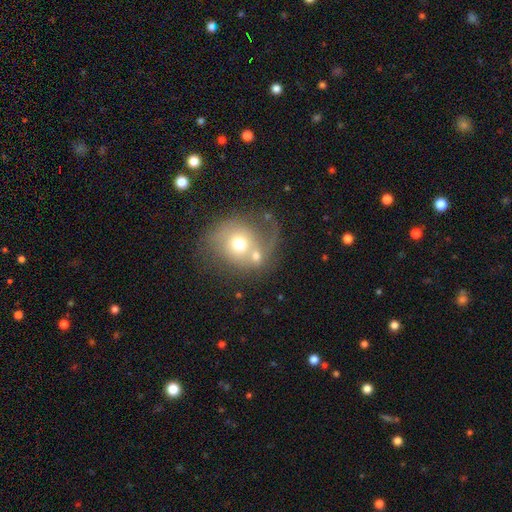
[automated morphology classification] Overall: smooth (51%; featured or disk 39%). How rounded: round (71%). Merging: merger (37%; none 29%).